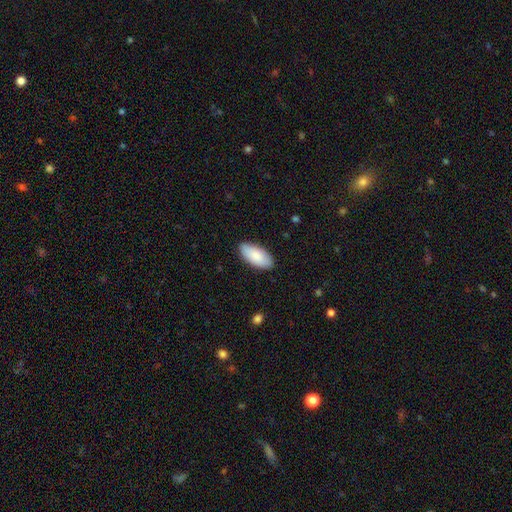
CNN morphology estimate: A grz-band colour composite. It shows a smooth galaxy with no disk features (85%) that is in between round and cigar-shaped (92%). Merging: none (87%).